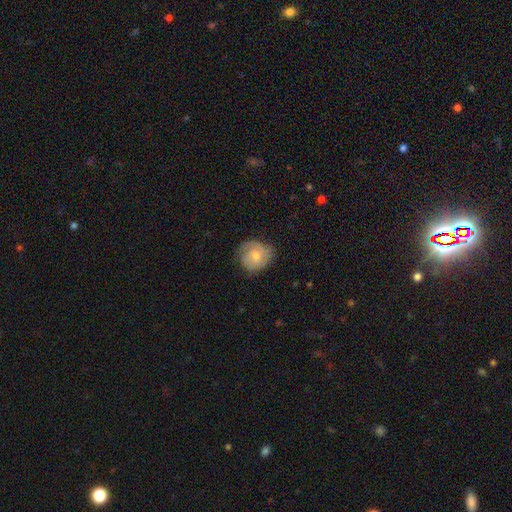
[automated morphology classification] smooth 53%, featured or disk 40%, star or artifact 7%. Down the decision tree: how rounded — round (78%); merging — none (66%).